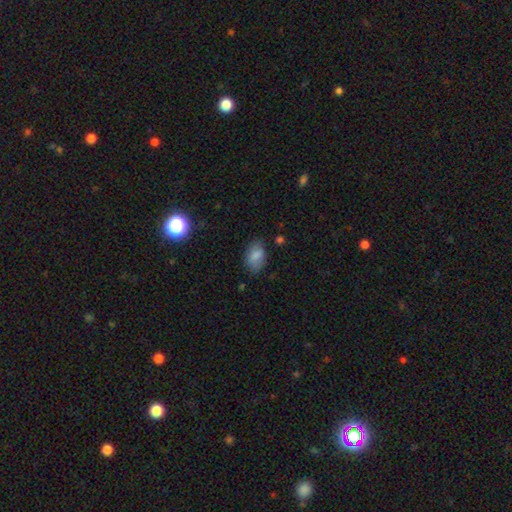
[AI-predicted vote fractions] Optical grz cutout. It shows a smooth galaxy with no disk features (80%) that is in between round and cigar-shaped (89%). Merging: none (71%).